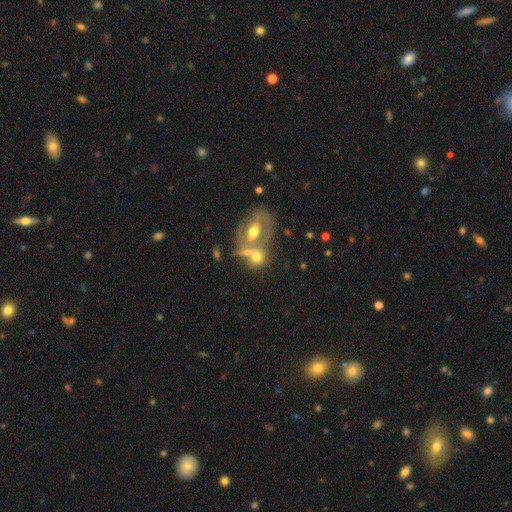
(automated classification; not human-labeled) A featured or disk galaxy (46%).

Vote fractions:
- Smooth or featured? featured or disk: 46% / smooth: 43% / star or artifact: 10%
- Merging? merger: 48% / none: 33% / minor disturbance: 11% / major disturbance: 8%